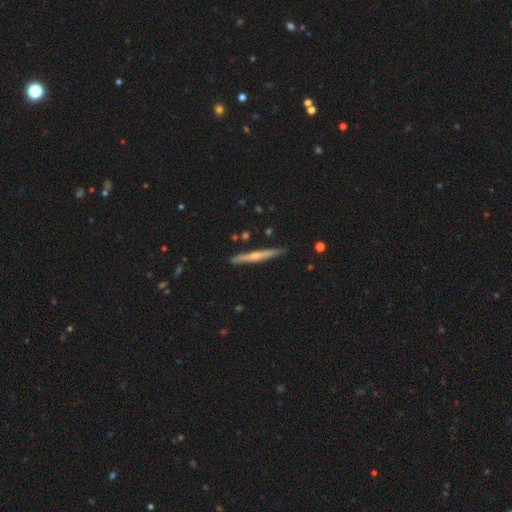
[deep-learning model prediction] Q: Smooth or featured?
A: featured or disk (65%); runner-up: smooth (30%)
Q: Edge-on disk?
A: yes (97%); runner-up: no (3%)
Q: Edge-on bulge?
A: rounded (76%); runner-up: none (21%)
Q: Merging?
A: none (89%); runner-up: minor disturbance (8%)